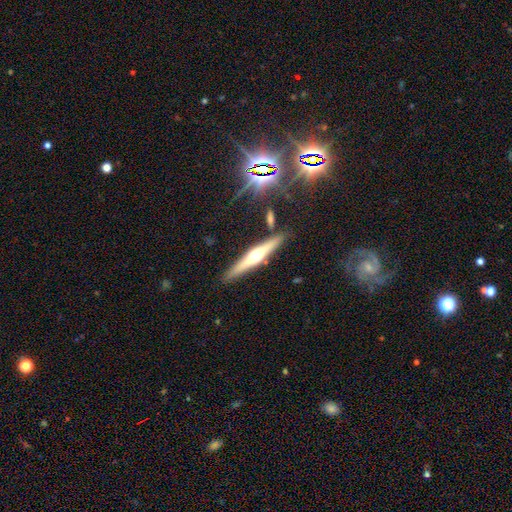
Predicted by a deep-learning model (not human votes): A featured or disk galaxy (65%) viewed edge-on (97%) with a rounded central bulge (91%).

Vote fractions:
- Smooth or featured? featured or disk: 65% / smooth: 27% / star or artifact: 7%
- Edge-on disk? yes: 97% / no: 3%
- Edge-on bulge? rounded: 91% / boxy: 5% / none: 4%
- Merging? none: 86% / minor disturbance: 9% / merger: 4% / major disturbance: 2%